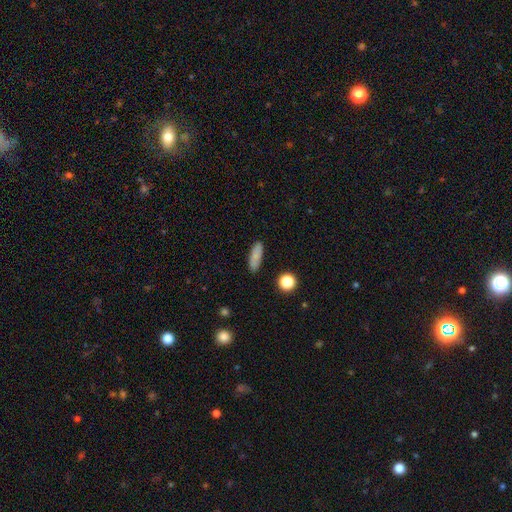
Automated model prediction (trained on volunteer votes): smooth_or_featured: smooth (p=0.79) [alt: featured or disk p=0.12]
how_rounded: in between (p=0.58) [alt: cigar-shaped p=0.38]
merging: none (p=0.85) [alt: minor disturbance p=0.11]